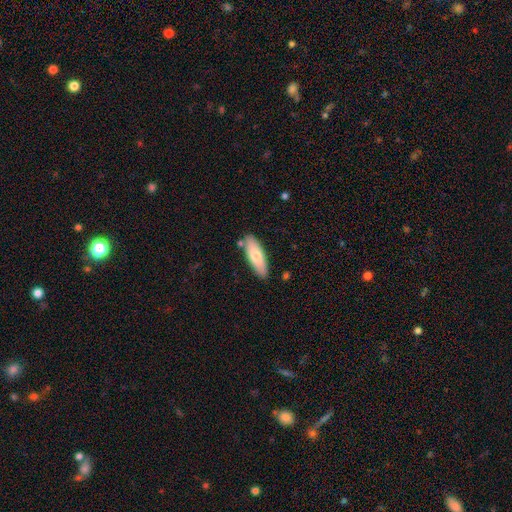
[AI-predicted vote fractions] Q: Smooth or featured?
A: smooth (73%); runner-up: featured or disk (21%)
Q: How rounded?
A: in between (59%); runner-up: cigar-shaped (39%)
Q: Merging?
A: none (83%); runner-up: minor disturbance (11%)